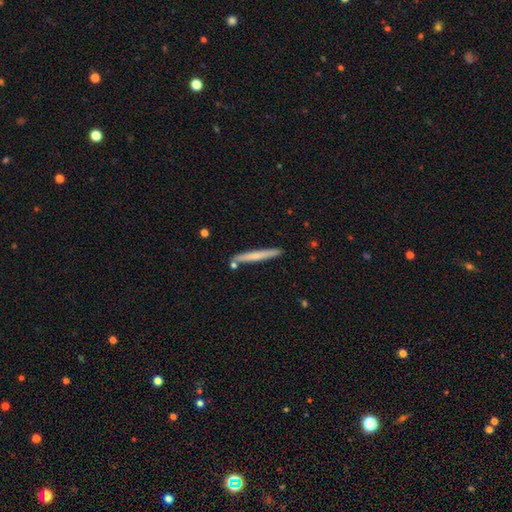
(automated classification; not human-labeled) smooth-or-featured: smooth: 59% | featured or disk: 35% | star or artifact: 6%
  how-rounded: cigar-shaped: 96% | in between: 2% | round: 1%
  merging: none: 85% | minor disturbance: 9% | merger: 4% | major disturbance: 2%